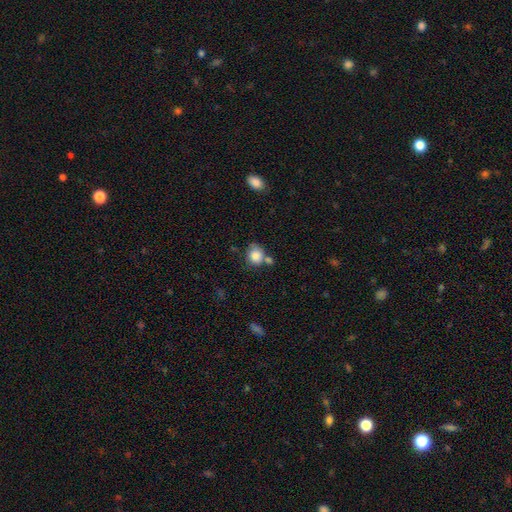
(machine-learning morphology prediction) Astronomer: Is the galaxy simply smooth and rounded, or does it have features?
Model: smooth — 83%.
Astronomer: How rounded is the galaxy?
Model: round — 62%.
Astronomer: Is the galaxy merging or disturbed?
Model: none — 49% (runner-up: merger, 25%).